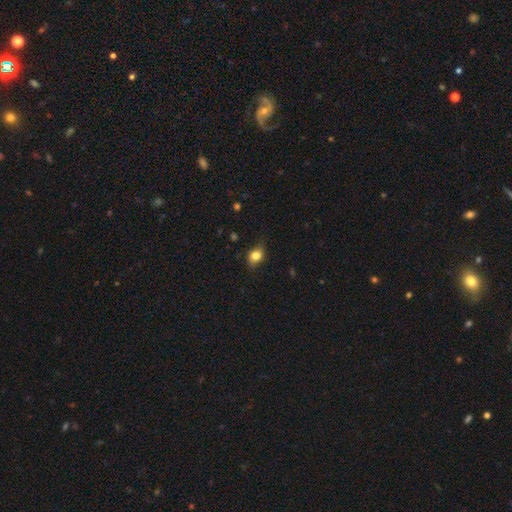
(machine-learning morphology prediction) Smooth or featured?
  - smooth: 79% *
  - featured or disk: 11%
  - star or artifact: 10%
How rounded?
  - in between: 54% *
  - round: 45%
  - cigar-shaped: 2%
Merging?
  - none: 72% *
  - minor disturbance: 22%
  - major disturbance: 5%
  - merger: 1%